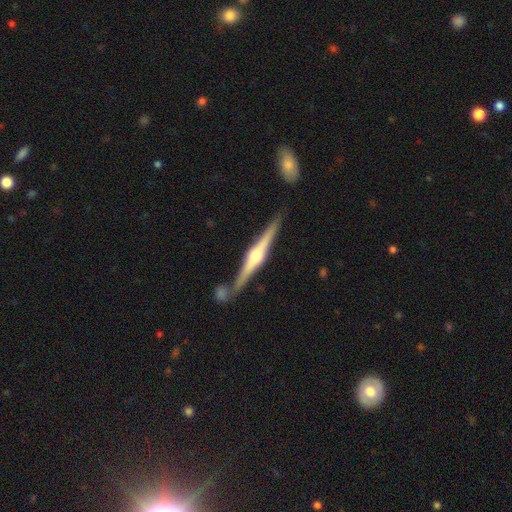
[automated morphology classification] Smooth or featured?
  - featured or disk: 82% *
  - smooth: 13%
  - star or artifact: 5%
Edge-on disk?
  - yes: 98% *
  - no: 2%
Edge-on bulge?
  - rounded: 89% *
  - boxy: 8%
  - none: 3%
Merging?
  - none: 80% *
  - minor disturbance: 10%
  - merger: 7%
  - major disturbance: 2%